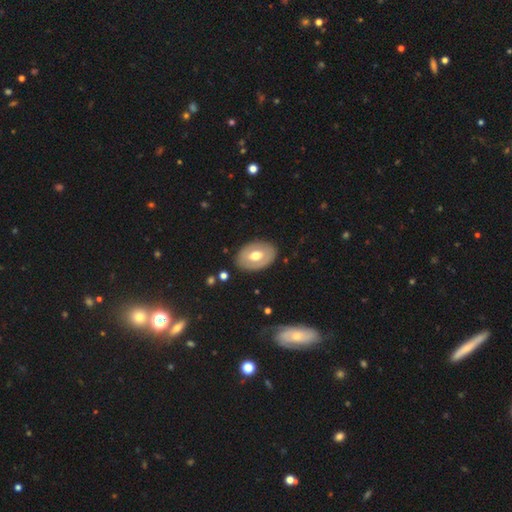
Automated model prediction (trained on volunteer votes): smooth_or_featured: featured or disk (p=0.47) [tied with: smooth p=0.47]
merging: none (p=0.84) [alt: minor disturbance p=0.11]